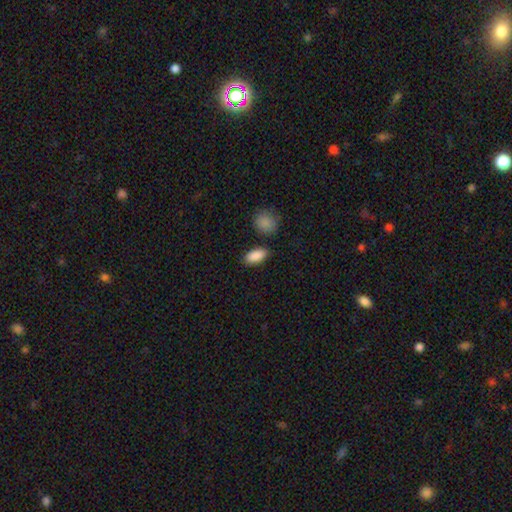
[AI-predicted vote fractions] Smooth or featured? Predicted: smooth (p=0.89). How rounded? Predicted: in between (p=0.90). Merging? Predicted: none (p=0.83).